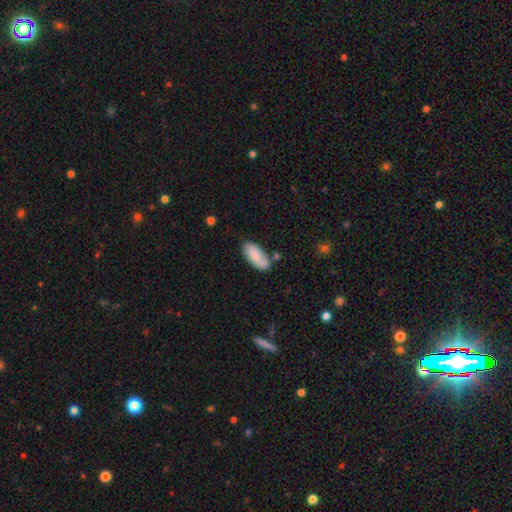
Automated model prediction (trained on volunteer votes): smooth 81%, featured or disk 13%, star or artifact 6%. Down the decision tree: how rounded — in between (86%); merging — none (66%).